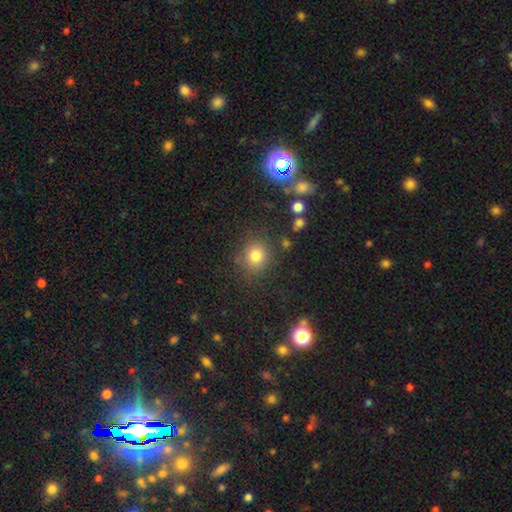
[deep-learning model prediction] Smooth or featured? smooth (79%)
How rounded? round (84%)
Merging? none (81%)